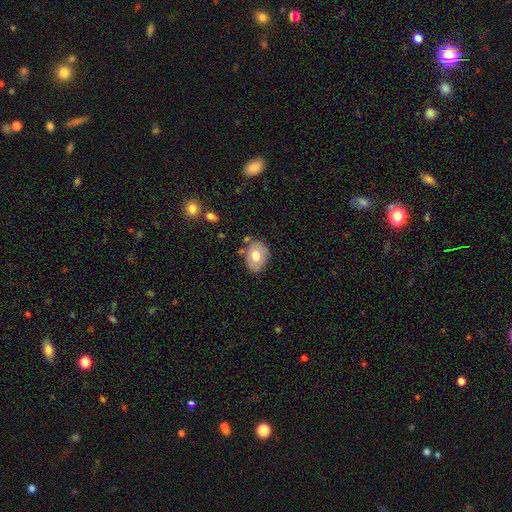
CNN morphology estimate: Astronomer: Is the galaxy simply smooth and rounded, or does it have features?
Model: smooth — 68%.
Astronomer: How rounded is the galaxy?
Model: in between — 66%.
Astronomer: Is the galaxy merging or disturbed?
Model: none — 75%.